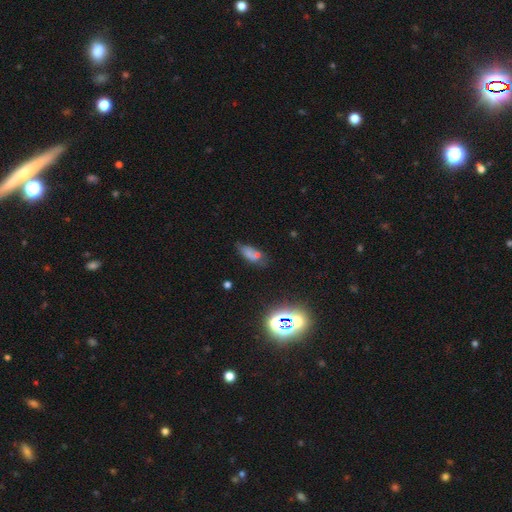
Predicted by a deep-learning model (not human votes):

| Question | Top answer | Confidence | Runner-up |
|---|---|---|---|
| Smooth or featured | smooth | 55% | star or artifact (27%) |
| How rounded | in between | 75% | cigar-shaped (16%) |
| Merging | none | 51% | minor disturbance (24%) |